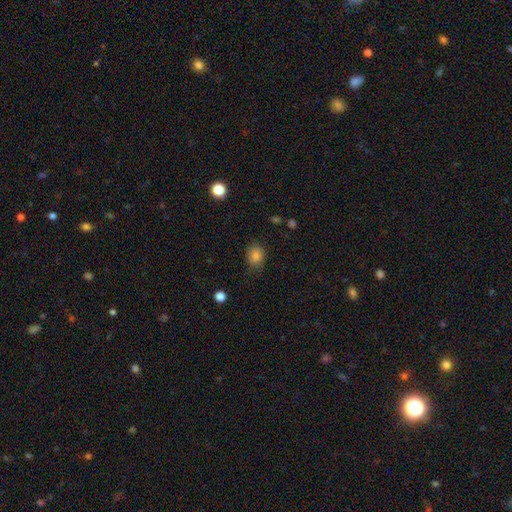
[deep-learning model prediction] This is clearly a smooth galaxy (82%). How rounded: possibly in between (54%). Merging: likely none (74%).